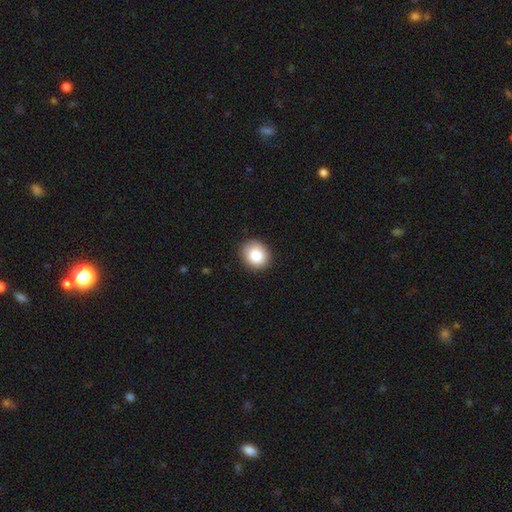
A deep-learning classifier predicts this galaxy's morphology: Smooth or featured: smooth — 85% (star or artifact — 9%)
How rounded: round — 70% (in between — 29%)
Merging: none — 88% (minor disturbance — 9%)